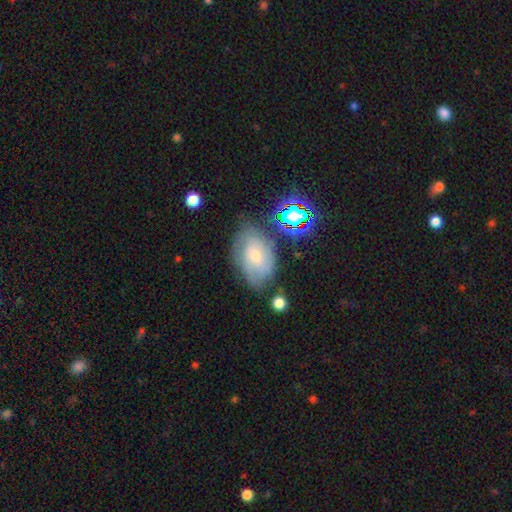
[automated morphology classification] featured or disk 51%, smooth 38%, star or artifact 11%. Down the decision tree: edge-on disk — no (94%); merging — none (61%).